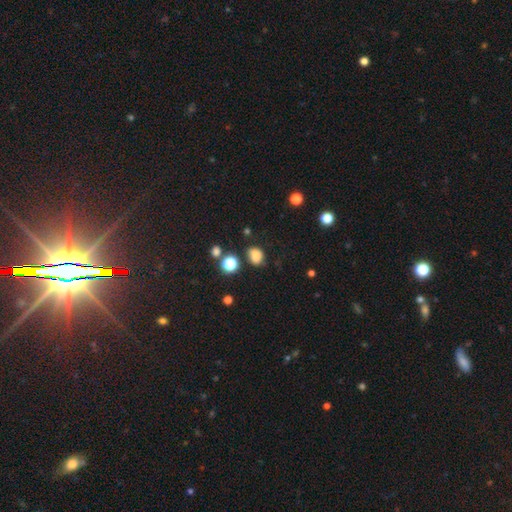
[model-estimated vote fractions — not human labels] smooth 79%, star or artifact 14%, featured or disk 7%. Down the decision tree: how rounded — in between (51%); merging — none (69%).